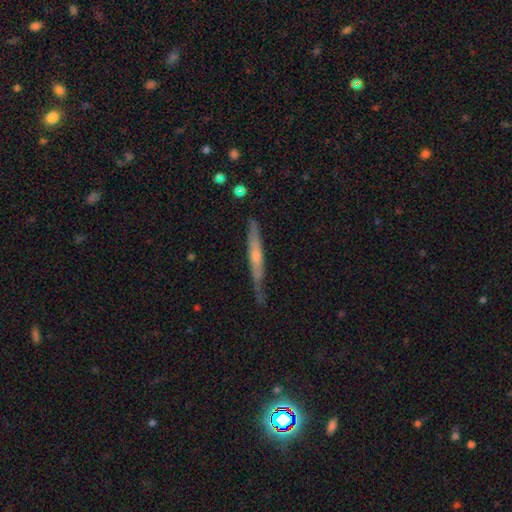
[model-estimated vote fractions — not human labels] Overall: featured or disk (58%; smooth 36%). Edge-on disk: yes (92%). Edge-on bulge: rounded (46%, tied with none). Merging: none (73%).